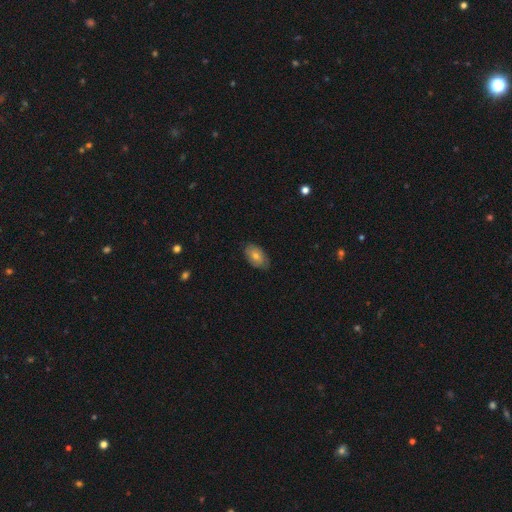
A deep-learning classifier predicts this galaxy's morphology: smooth_or_featured: smooth (p=0.60) [alt: featured or disk p=0.31]
how_rounded: in between (p=0.91) [alt: round p=0.07]
merging: none (p=0.81) [alt: minor disturbance p=0.16]